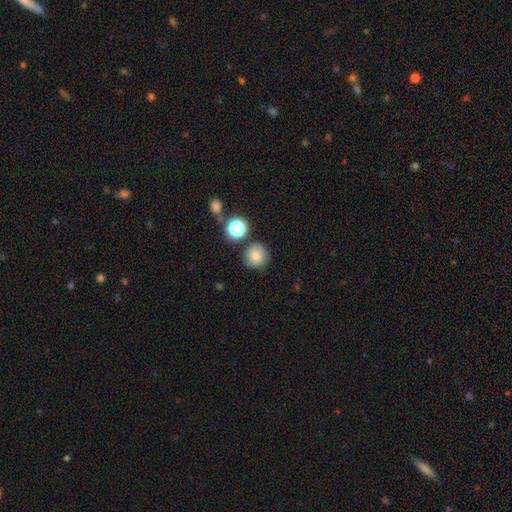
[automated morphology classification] Smooth or featured? smooth (66%)
How rounded? round (90%)
Merging? none (79%)